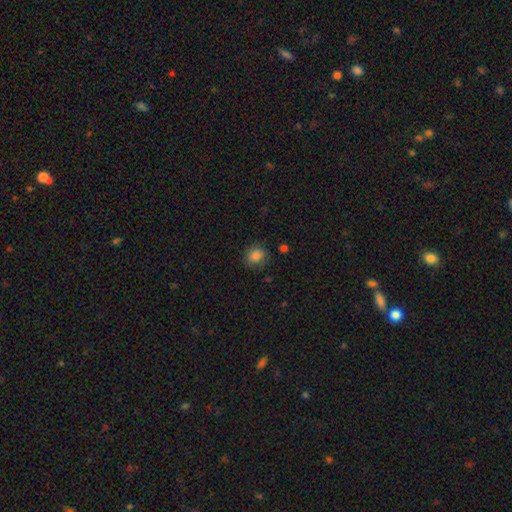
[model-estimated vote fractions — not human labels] This is clearly a smooth galaxy (85%). How rounded: likely round (69%). Merging: clearly none (81%).